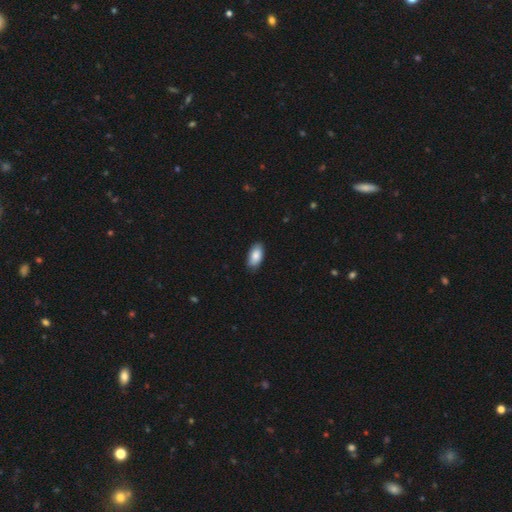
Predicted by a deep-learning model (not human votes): Smooth or featured?
  - smooth: 85% *
  - featured or disk: 9%
  - star or artifact: 6%
How rounded?
  - in between: 94% *
  - cigar-shaped: 4%
  - round: 3%
Merging?
  - none: 84% *
  - minor disturbance: 13%
  - major disturbance: 2%
  - merger: 1%